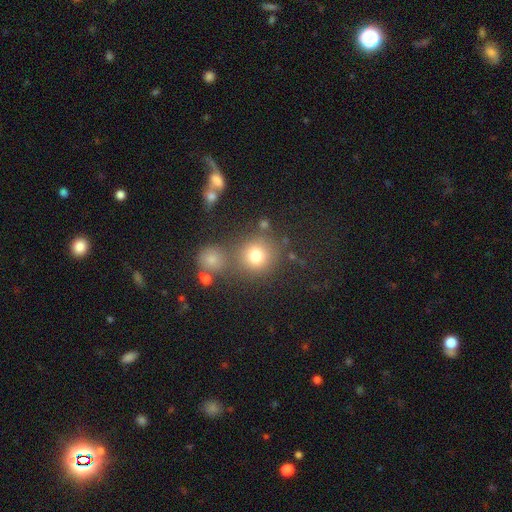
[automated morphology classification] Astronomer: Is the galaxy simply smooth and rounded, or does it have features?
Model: smooth — 76%.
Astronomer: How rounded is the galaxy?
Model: round — 88%.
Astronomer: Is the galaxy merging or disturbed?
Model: none — 69%.